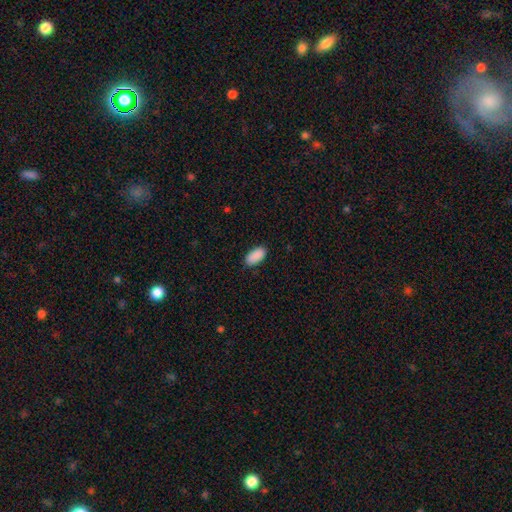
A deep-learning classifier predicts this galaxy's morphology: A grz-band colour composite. It shows a smooth galaxy with no disk features (90%) that is in between round and cigar-shaped (93%). Merging: none (86%).